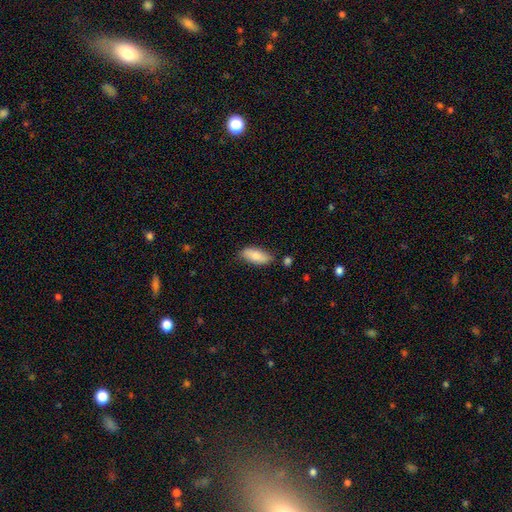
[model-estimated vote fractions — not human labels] This appears to be a smooth galaxy with no disk features (82%) that is in between round and cigar-shaped (82%). Merging: none (75%).